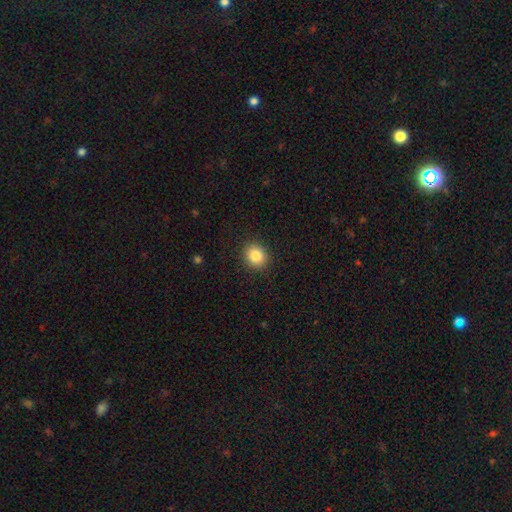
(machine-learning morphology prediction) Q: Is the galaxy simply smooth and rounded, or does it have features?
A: smooth — 84%.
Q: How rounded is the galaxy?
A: round — 79%.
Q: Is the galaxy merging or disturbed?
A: none — 91%.